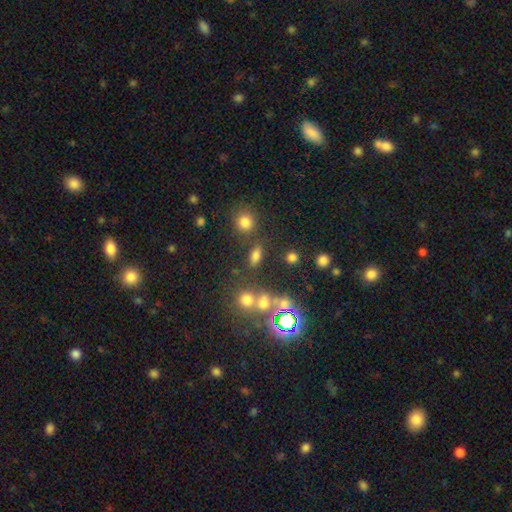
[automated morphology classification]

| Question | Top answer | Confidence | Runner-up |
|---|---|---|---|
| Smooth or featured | smooth | 74% | star or artifact (17%) |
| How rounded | in between | 69% | round (22%) |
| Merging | none | 72% | minor disturbance (12%) |